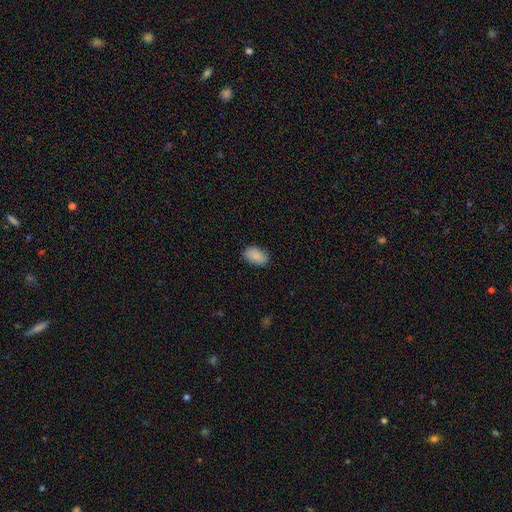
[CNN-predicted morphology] Smooth or featured? Predicted: smooth (p=0.87). How rounded? Predicted: in between (p=0.91). Merging? Predicted: none (p=0.86).